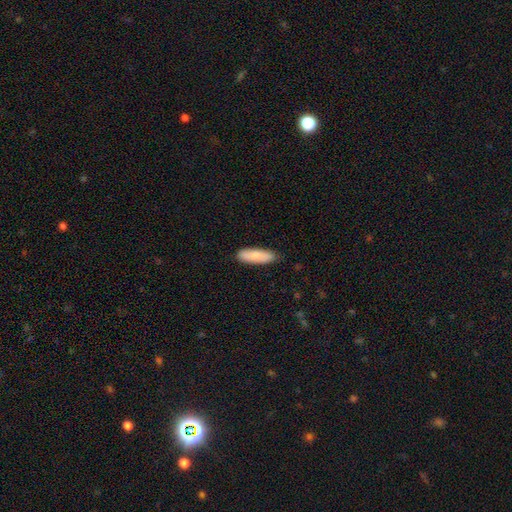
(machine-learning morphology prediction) Smooth or featured?
  - smooth: 82% *
  - featured or disk: 12%
  - star or artifact: 6%
How rounded?
  - cigar-shaped: 49% * (tied)
  - in between: 49% * (tied)
  - round: 2%
Merging?
  - none: 85% *
  - minor disturbance: 12%
  - major disturbance: 2%
  - merger: 1%